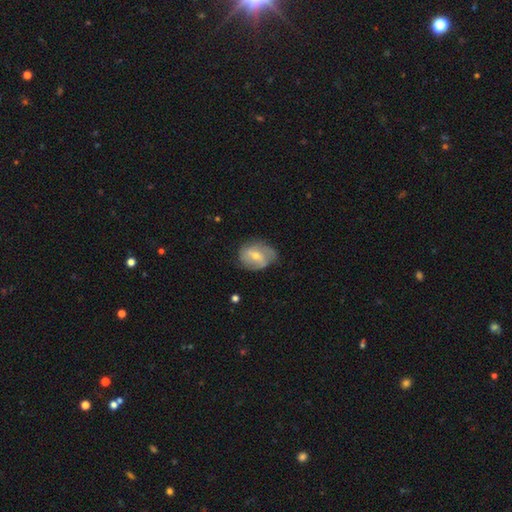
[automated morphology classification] Smooth or featured?
  - featured or disk: 61% *
  - smooth: 31%
  - star or artifact: 8%
Edge-on disk?
  - no: 96% *
  - yes: 4%
Bar?
  - weak: 48% *
  - no: 27%
  - strong: 25%
Spiral arms?
  - yes: 72% *
  - no: 28%
Bulge size?
  - moderate: 53% *
  - small: 43%
  - large: 2%
  - none: 1%
  - dominant: 1%
Merging?
  - none: 62% *
  - minor disturbance: 28%
  - major disturbance: 9%
  - merger: 1%